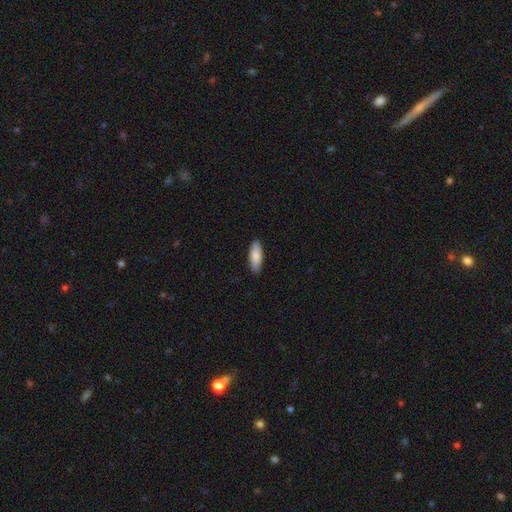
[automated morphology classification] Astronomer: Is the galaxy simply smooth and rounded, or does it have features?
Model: smooth — 84%.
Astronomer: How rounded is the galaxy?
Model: in between — 65%.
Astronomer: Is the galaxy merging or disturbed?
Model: none — 89%.